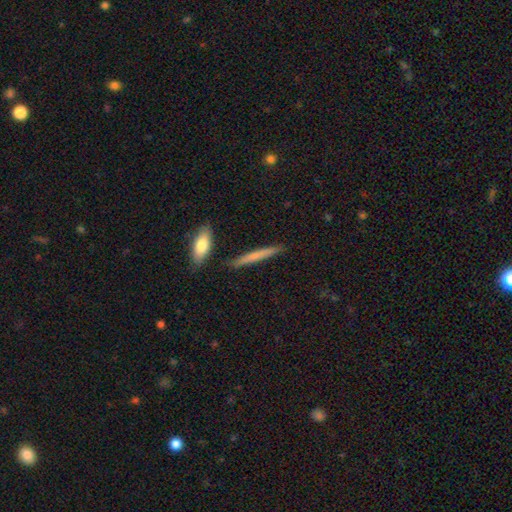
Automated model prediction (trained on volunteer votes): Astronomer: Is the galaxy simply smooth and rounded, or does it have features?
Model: smooth — 65%.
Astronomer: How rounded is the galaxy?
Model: cigar-shaped — 94%.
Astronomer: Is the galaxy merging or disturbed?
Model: none — 88%.